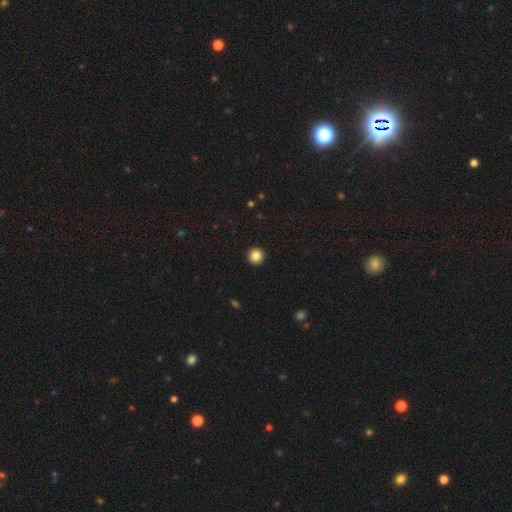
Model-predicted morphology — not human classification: Smooth or featured? Predicted: smooth (p=0.85). How rounded? Predicted: round (p=0.96). Merging? Predicted: none (p=0.94).